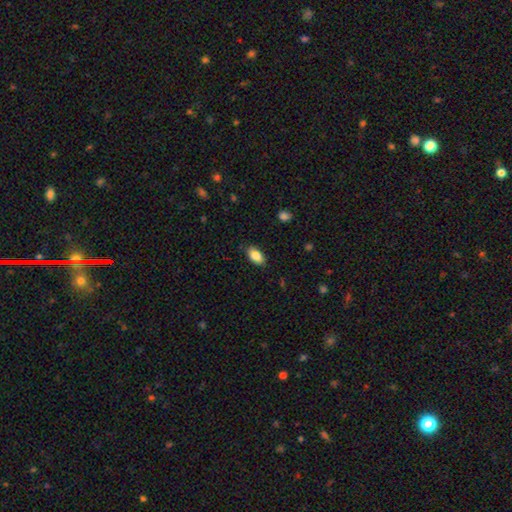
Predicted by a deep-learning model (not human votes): This is clearly a smooth galaxy (86%). How rounded: clearly in between (92%). Merging: clearly none (86%).